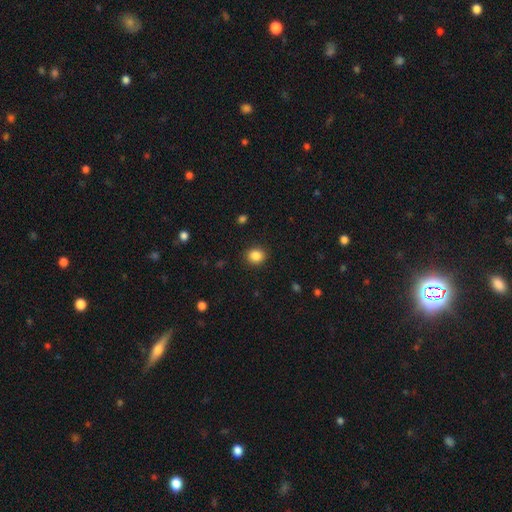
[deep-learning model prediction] The model was most divided on "how rounded": round: 75%, in between: 24%, cigar-shaped: 1%. More confident: merging — none (90%); smooth or featured — smooth (86%).